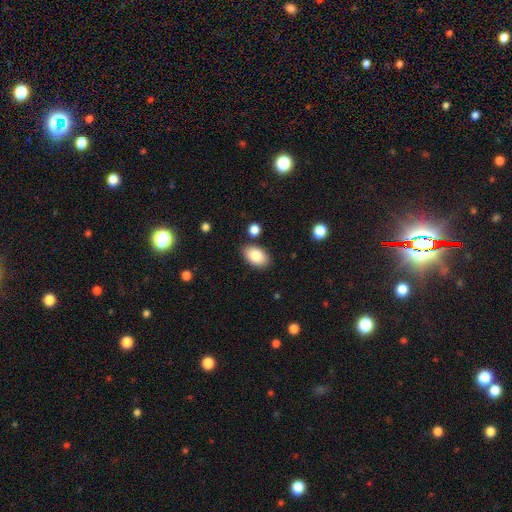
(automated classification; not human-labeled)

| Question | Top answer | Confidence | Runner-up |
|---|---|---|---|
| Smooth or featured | smooth | 86% | featured or disk (7%) |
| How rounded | in between | 93% | round (6%) |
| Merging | none | 84% | minor disturbance (10%) |